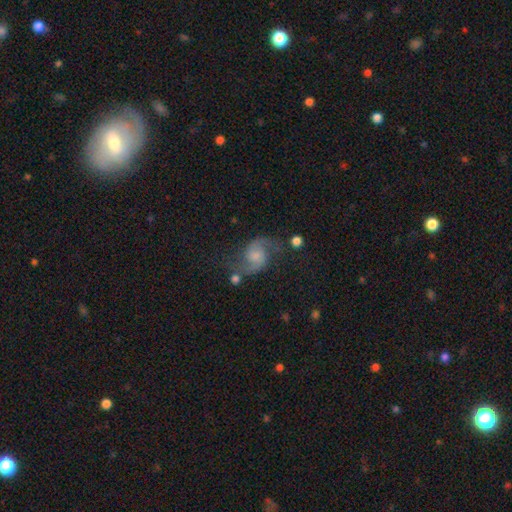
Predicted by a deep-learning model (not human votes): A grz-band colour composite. It shows a featured or disk galaxy (82%) with no bar (63%), 2 (94%) loose (58%) spiral arms (96%) and a small central bulge (34%). Merging: none (66%).